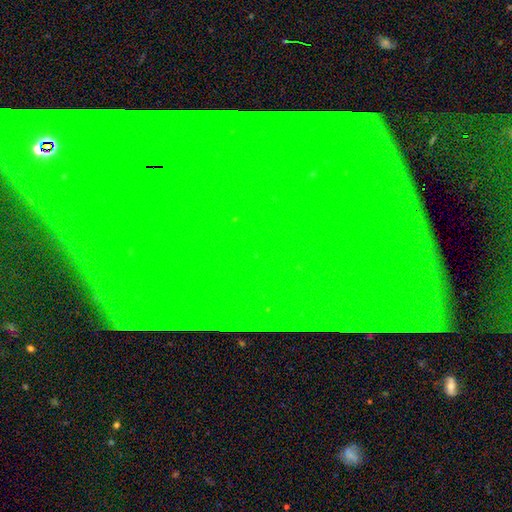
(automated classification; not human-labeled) Smooth or featured? star or artifact (83%)